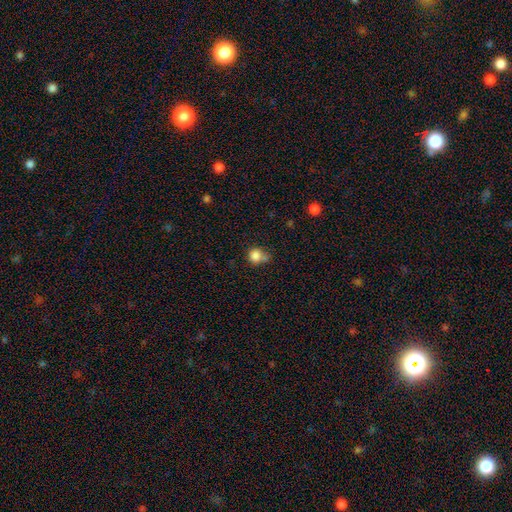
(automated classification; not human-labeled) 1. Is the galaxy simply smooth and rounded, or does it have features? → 82% smooth, 11% star or artifact, 7% featured or disk.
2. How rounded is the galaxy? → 84% round, 15% in between, 1% cigar-shaped.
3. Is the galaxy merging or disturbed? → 50% none, 23% minor disturbance, 19% merger, 8% major disturbance.